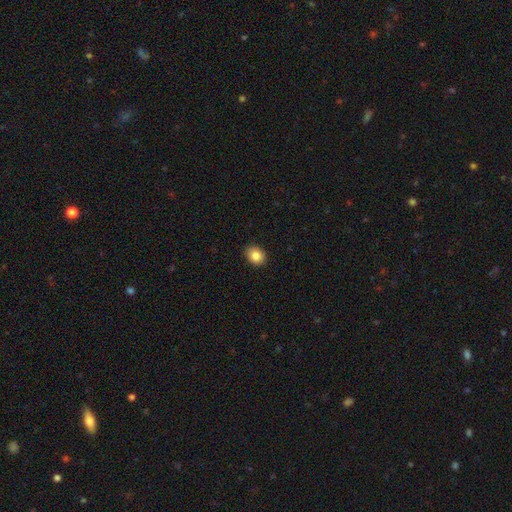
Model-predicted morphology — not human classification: Smooth or featured? Predicted: smooth (p=0.84). How rounded? Predicted: in between (p=0.54). Merging? Predicted: none (p=0.91).